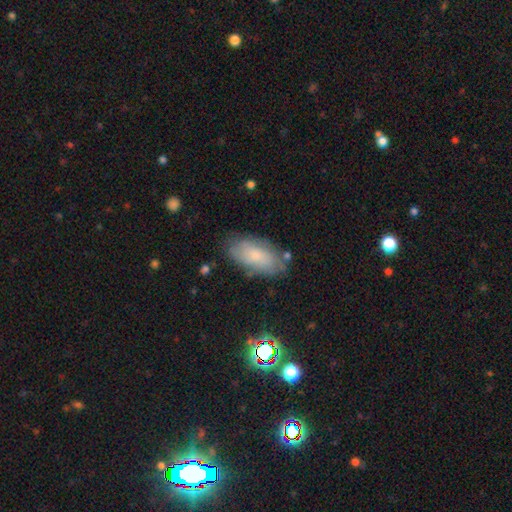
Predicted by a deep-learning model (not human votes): This is likely a smooth galaxy (65%). How rounded: clearly in between (91%). Merging: likely none (73%).